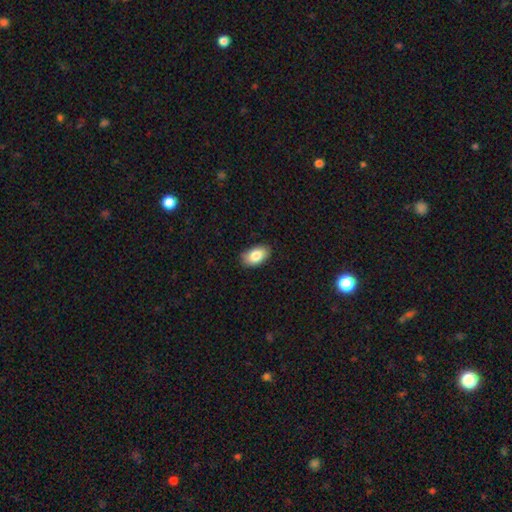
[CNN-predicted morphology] smooth-or-featured: smooth: 85% | featured or disk: 8% | star or artifact: 7%
  how-rounded: in between: 93% | round: 5% | cigar-shaped: 1%
  merging: none: 85% | minor disturbance: 12% | major disturbance: 2% | merger: 1%